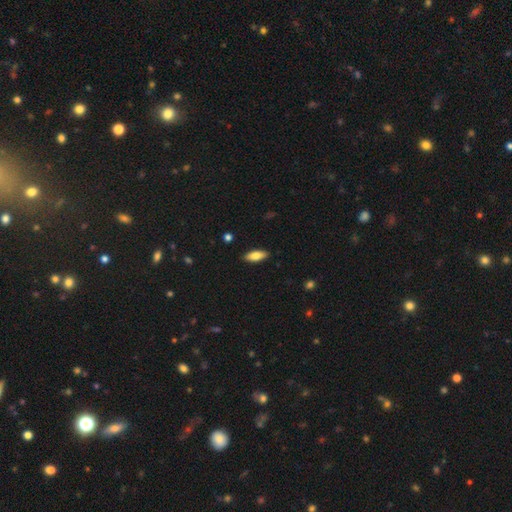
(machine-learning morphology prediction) A smooth galaxy with no disk features (81%) that is in between round and cigar-shaped (75%).

Vote fractions:
- Smooth or featured? smooth: 81% / featured or disk: 13% / star or artifact: 6%
- How rounded? in between: 75% / cigar-shaped: 23% / round: 2%
- Merging? none: 88% / minor disturbance: 9% / major disturbance: 2% / merger: 1%